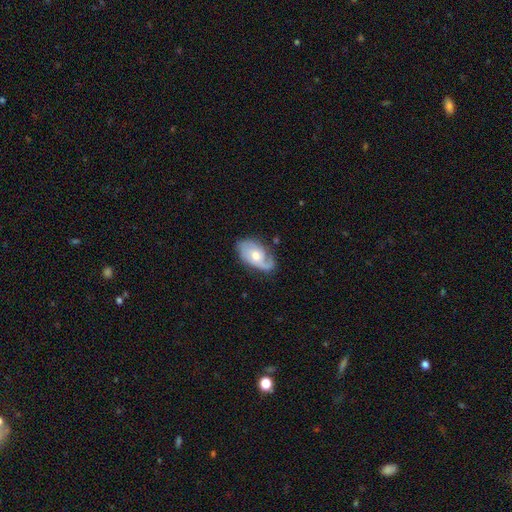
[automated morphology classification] Smooth or featured? featured or disk (73%)
Edge-on disk? no (95%)
Bar? no (70%)
Spiral arms? yes (91%)
Spiral winding? tight (40%, tied with medium)
Spiral arm count? 2 (51%)
Bulge size? moderate (67%)
Merging? none (66%)